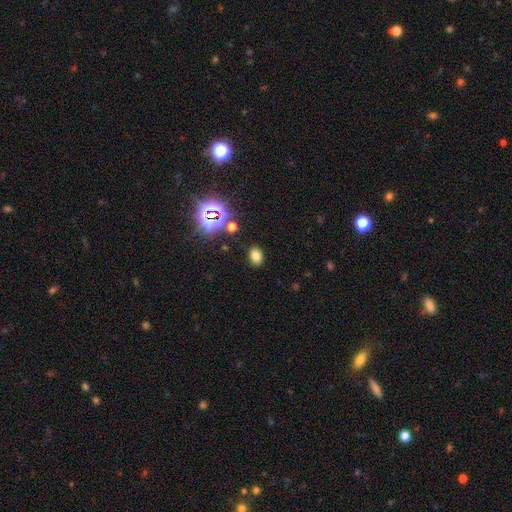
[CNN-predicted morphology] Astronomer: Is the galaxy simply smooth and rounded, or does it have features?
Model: smooth — 73%.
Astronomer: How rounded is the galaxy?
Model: in between — 75%.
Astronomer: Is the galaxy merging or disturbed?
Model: none — 86%.